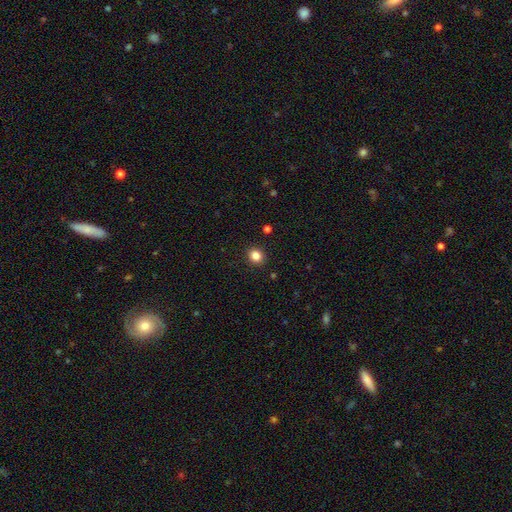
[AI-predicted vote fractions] Smooth or featured? smooth (84%)
How rounded? round (71%)
Merging? none (91%)